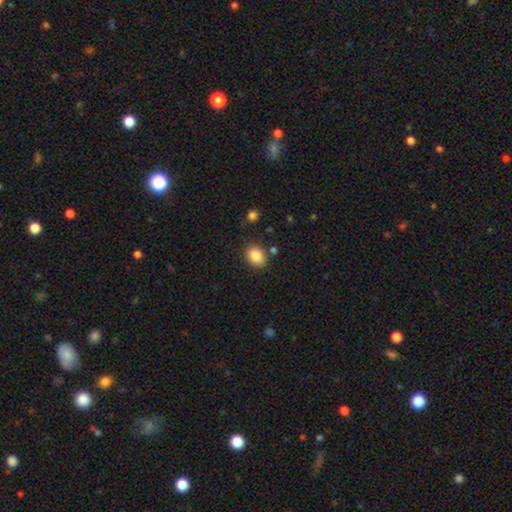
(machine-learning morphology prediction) Smooth or featured? Predicted: smooth (p=0.86). How rounded? Predicted: in between (p=0.65). Merging? Predicted: none (p=0.81).